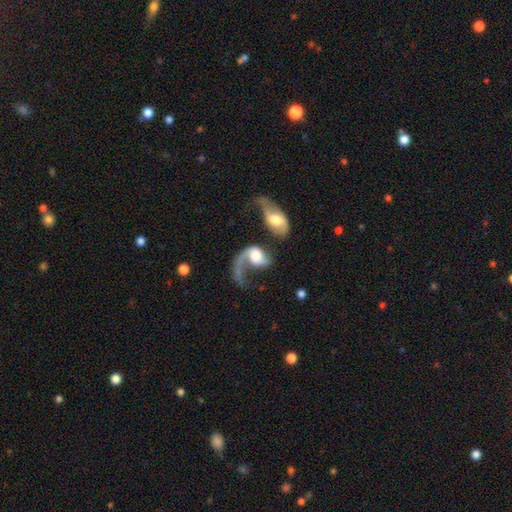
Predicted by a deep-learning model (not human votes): Morphology: type=featured or disk (73%); edge-on=no (96%); bar=no (63%); spiral arms=yes (90%); winding=loose (76%); arm count=1 (70%); bulge=moderate (42%); merging=merger (43%).